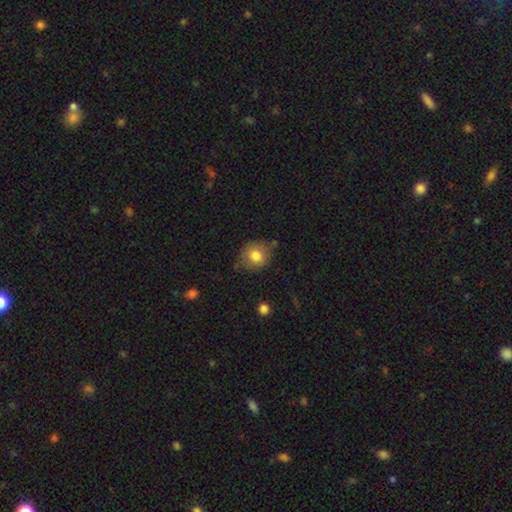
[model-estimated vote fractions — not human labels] A smooth galaxy with no disk features (79%) that is round (74%). Merging: none (68%).